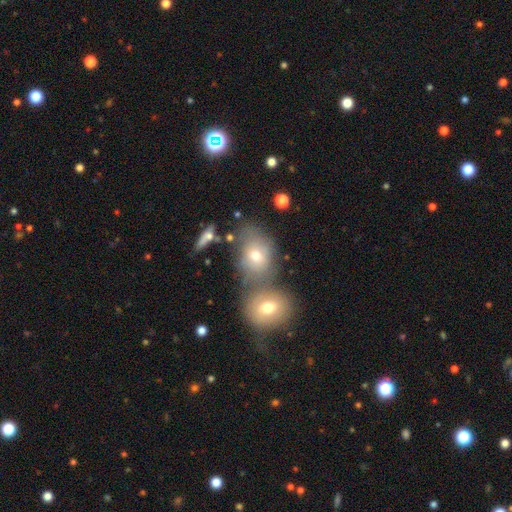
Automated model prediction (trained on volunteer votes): Smooth or featured: smooth — 66% (featured or disk — 20%)
How rounded: in between — 57% (round — 42%)
Merging: merger — 44% (none — 39%)